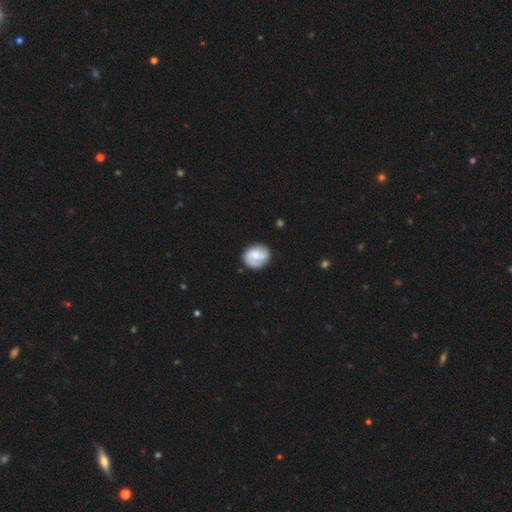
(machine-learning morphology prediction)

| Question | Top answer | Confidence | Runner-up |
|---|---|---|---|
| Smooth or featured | featured or disk | 58% | smooth (36%) |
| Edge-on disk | no | 98% | yes (2%) |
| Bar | no | 54% | weak (39%) |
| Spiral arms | yes | 88% | no (12%) |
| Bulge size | small | 40% | moderate (38%) |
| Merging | none | 73% | minor disturbance (18%) |